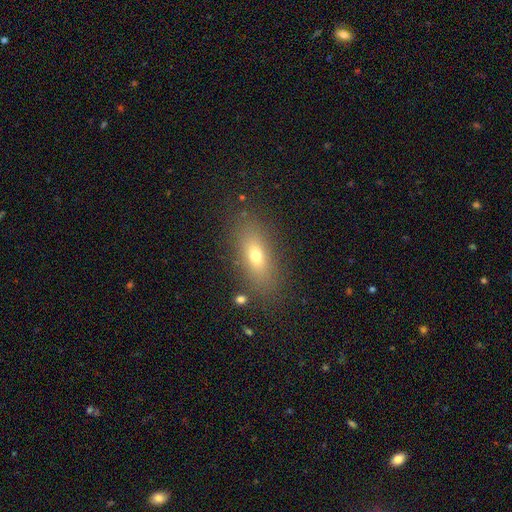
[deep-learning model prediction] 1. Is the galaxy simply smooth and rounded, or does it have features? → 67% smooth, 20% featured or disk, 13% star or artifact.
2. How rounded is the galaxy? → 69% in between, 23% cigar-shaped, 8% round.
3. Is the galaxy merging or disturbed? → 84% none, 10% minor disturbance, 4% major disturbance, 2% merger.